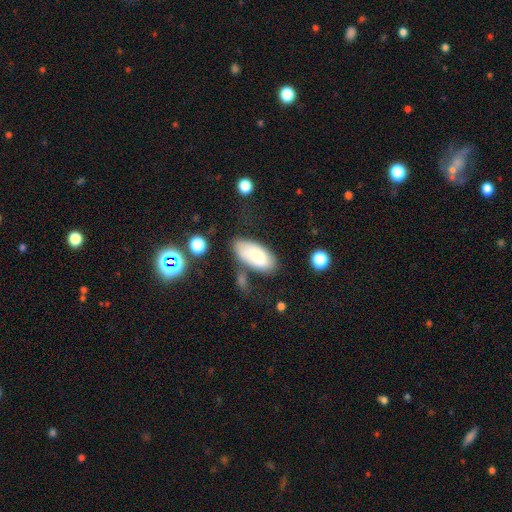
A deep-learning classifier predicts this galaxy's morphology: Smooth or featured? smooth (78%)
How rounded? in between (93%)
Merging? none (62%)